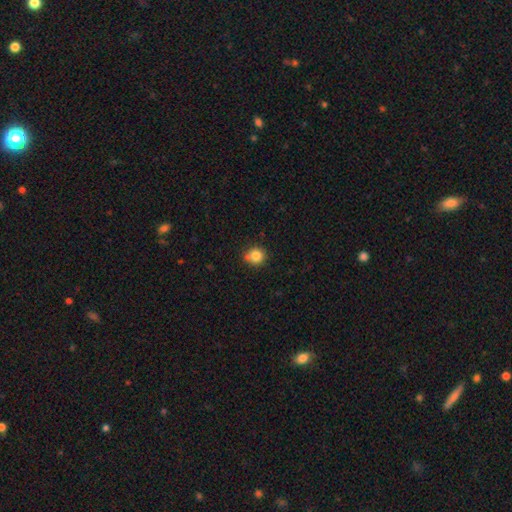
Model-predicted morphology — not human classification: smooth-or-featured: smooth: 82% | star or artifact: 11% | featured or disk: 7%
  how-rounded: round: 83% | in between: 16% | cigar-shaped: 1%
  merging: none: 72% | minor disturbance: 18% | merger: 7% | major disturbance: 3%